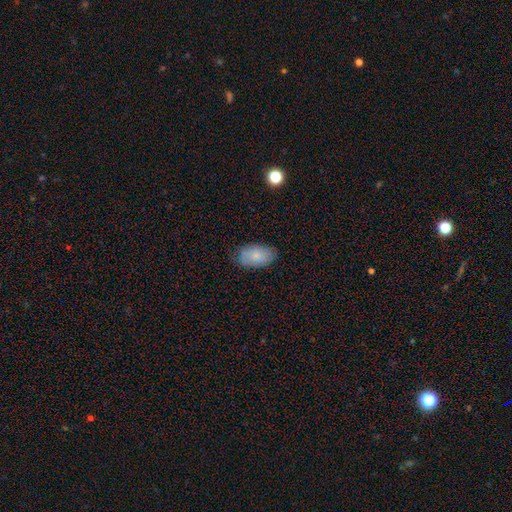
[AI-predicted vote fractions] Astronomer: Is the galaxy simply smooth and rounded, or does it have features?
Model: smooth — 78%.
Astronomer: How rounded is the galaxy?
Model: in between — 93%.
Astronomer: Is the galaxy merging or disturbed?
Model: none — 79%.